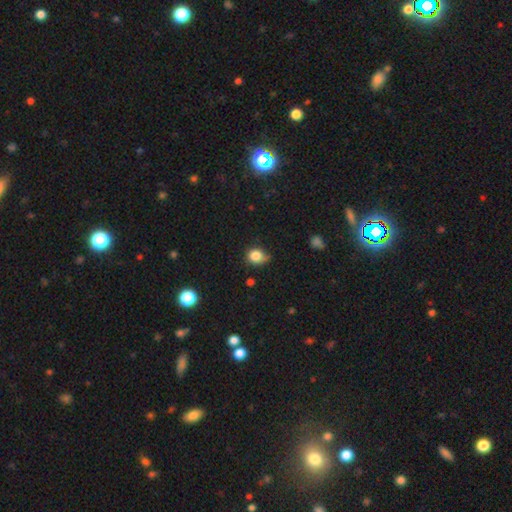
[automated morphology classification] A smooth galaxy with no disk features (83%) that is round (70%). Merging: none (54%).